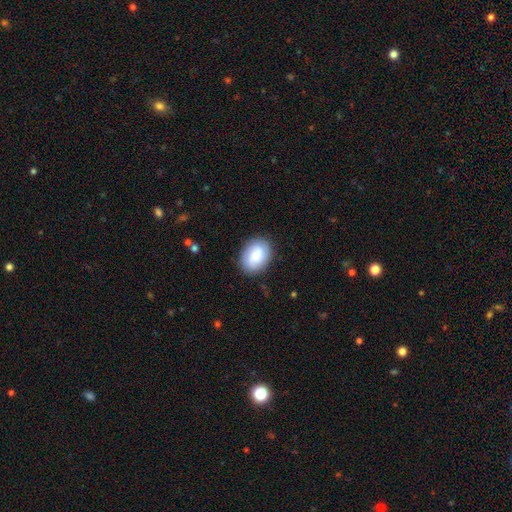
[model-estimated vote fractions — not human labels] Smooth or featured: smooth — 57% (featured or disk — 35%)
How rounded: in between — 66% (round — 33%)
Merging: none — 83% (minor disturbance — 12%)